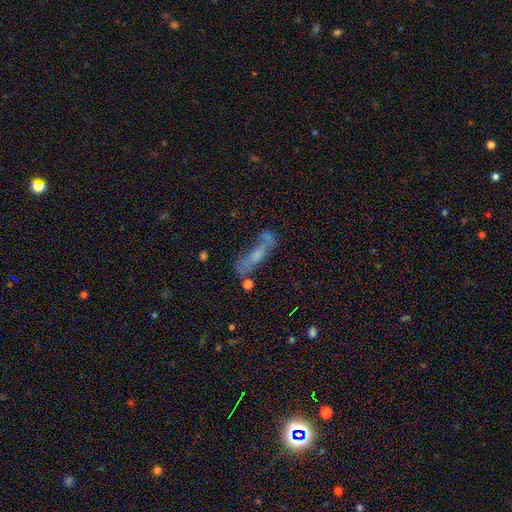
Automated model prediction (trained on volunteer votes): Smooth or featured: smooth — 43% (tied with featured or disk — 43%)
Merging: none — 40% (merger — 22%)